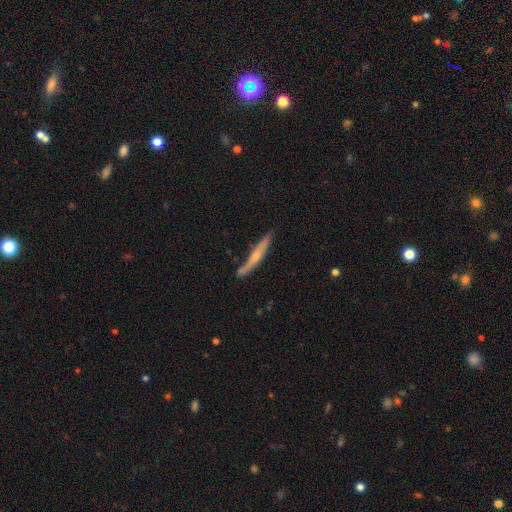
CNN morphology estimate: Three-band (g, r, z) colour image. It shows a featured or disk galaxy (55%) viewed edge-on (94%) with a rounded central bulge (71%). Merging: none (74%).